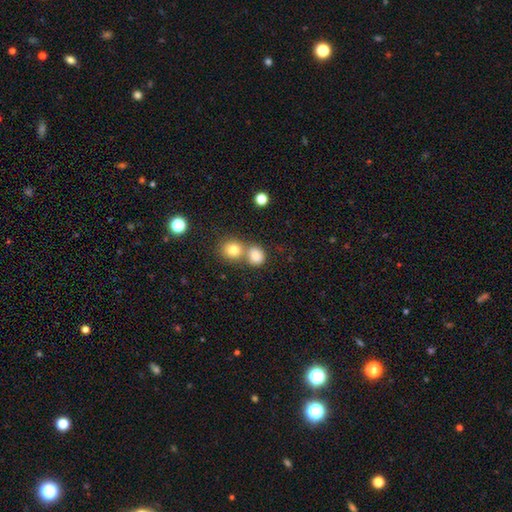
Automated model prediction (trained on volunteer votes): This appears to be a smooth galaxy with no disk features (81%) that is round (81%). Merging: none (49%).